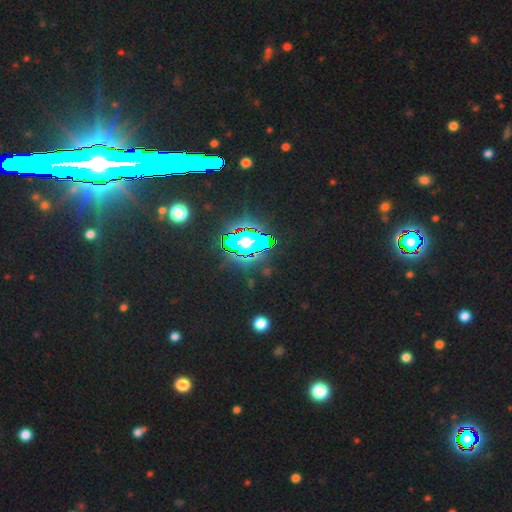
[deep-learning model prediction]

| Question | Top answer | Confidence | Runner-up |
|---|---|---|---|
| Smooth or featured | star or artifact | 83% | featured or disk (9%) |